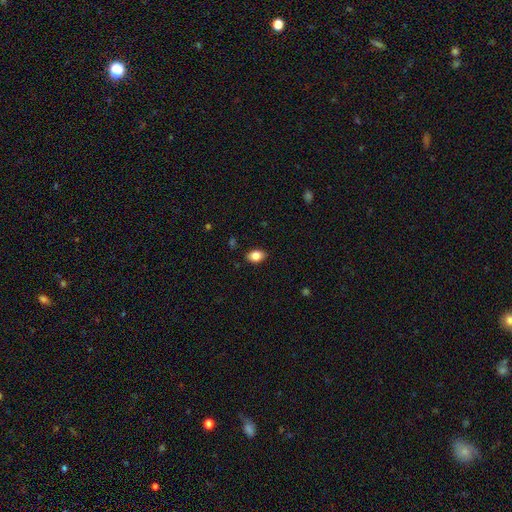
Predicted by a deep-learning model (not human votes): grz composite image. It shows a smooth galaxy with no disk features (84%) that is in between round and cigar-shaped (84%). Merging: none (86%).